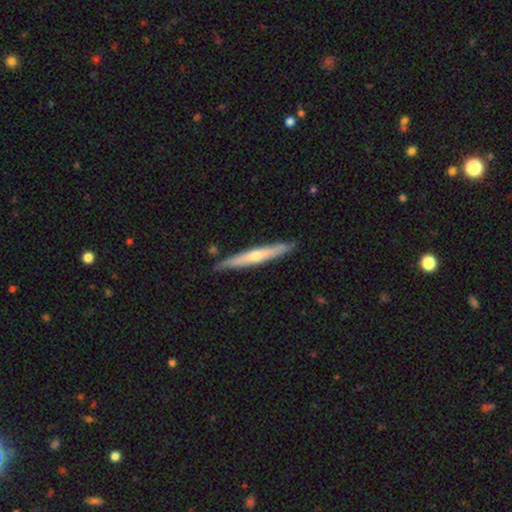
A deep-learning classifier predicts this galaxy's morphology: Smooth or featured?
  - featured or disk: 53% *
  - smooth: 42%
  - star or artifact: 5%
Edge-on disk?
  - yes: 94% *
  - no: 6%
Merging?
  - none: 87% *
  - minor disturbance: 10%
  - merger: 2%
  - major disturbance: 2%